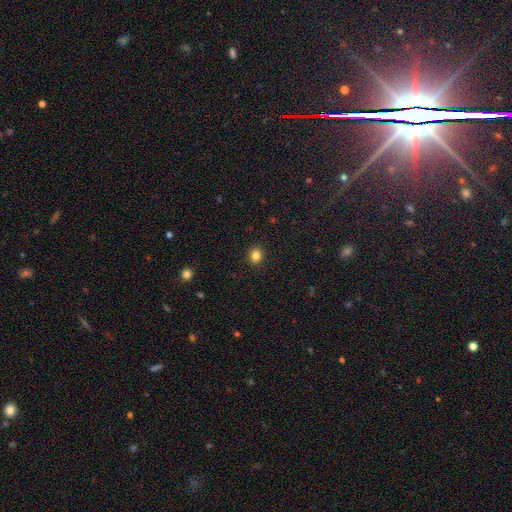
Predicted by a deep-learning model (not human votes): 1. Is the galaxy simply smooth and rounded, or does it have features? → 84% smooth, 11% star or artifact, 4% featured or disk.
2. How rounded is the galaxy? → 69% round, 30% in between, 1% cigar-shaped.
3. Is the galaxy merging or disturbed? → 91% none, 6% minor disturbance, 2% major disturbance, 1% merger.